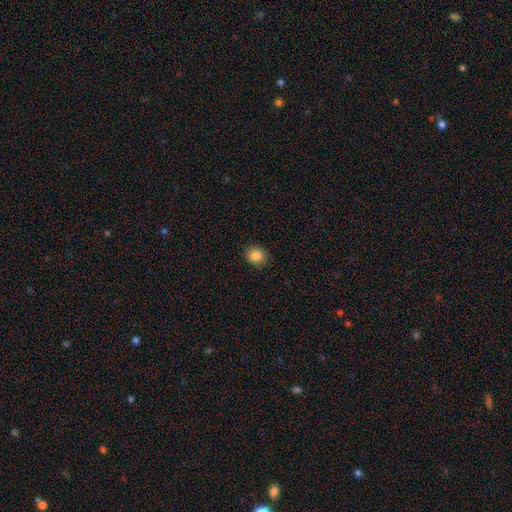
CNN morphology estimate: Overall: smooth (85%). How rounded: round (65%; in between 34%). Merging: none (87%).